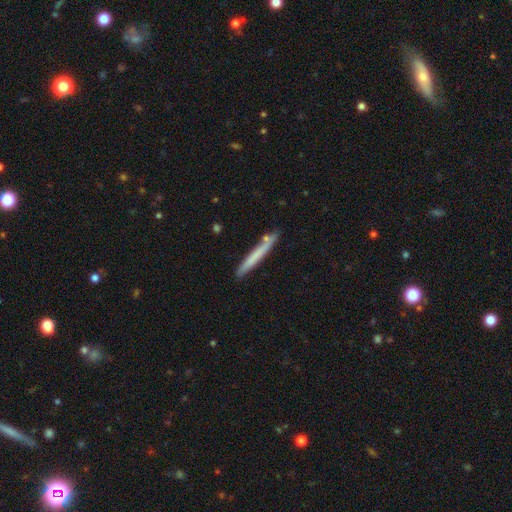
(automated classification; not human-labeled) The model was most divided on "smooth or featured": smooth: 64%, featured or disk: 30%, star or artifact: 5%. More confident: how rounded — cigar-shaped (97%); merging — none (83%).